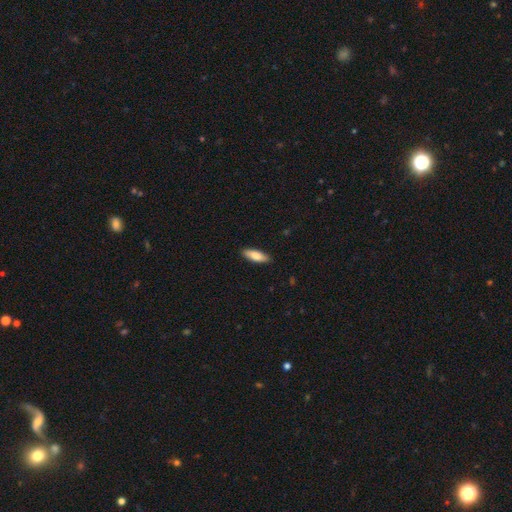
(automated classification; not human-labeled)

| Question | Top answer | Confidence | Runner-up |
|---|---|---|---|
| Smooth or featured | smooth | 81% | featured or disk (14%) |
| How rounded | in between | 61% | cigar-shaped (37%) |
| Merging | none | 89% | minor disturbance (8%) |